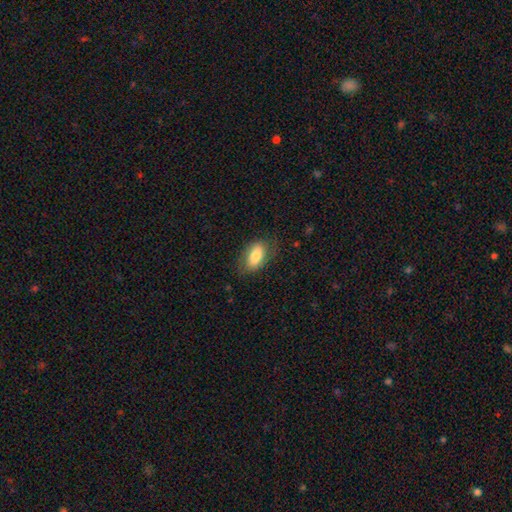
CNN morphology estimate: This is likely a smooth galaxy (77%). How rounded: clearly in between (90%). Merging: likely none (75%).